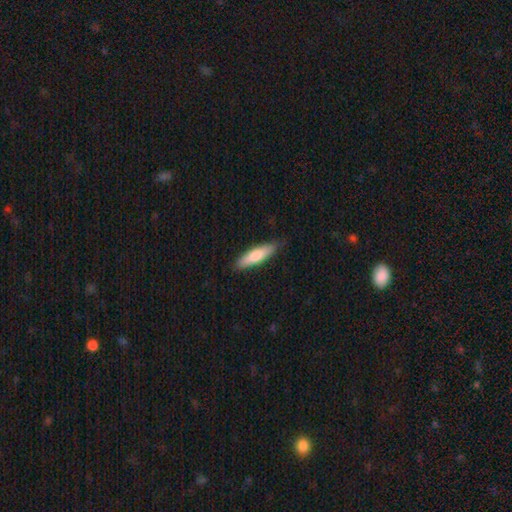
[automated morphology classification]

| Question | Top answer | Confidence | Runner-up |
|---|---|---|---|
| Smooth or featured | smooth | 76% | featured or disk (19%) |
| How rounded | cigar-shaped | 68% | in between (30%) |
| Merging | none | 82% | minor disturbance (15%) |